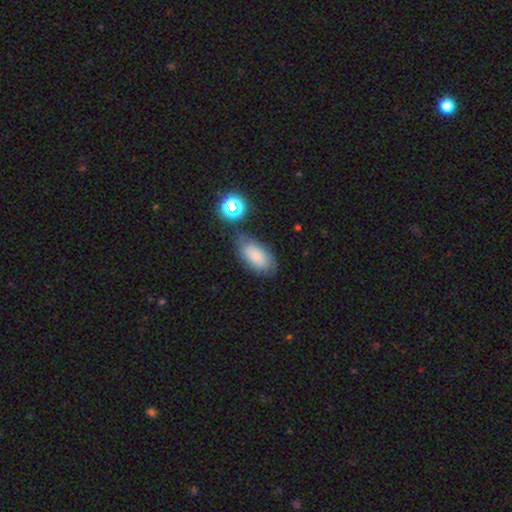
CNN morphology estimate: Smooth or featured: smooth — 77% (featured or disk — 13%)
How rounded: in between — 92% (cigar-shaped — 4%)
Merging: none — 66% (minor disturbance — 20%)